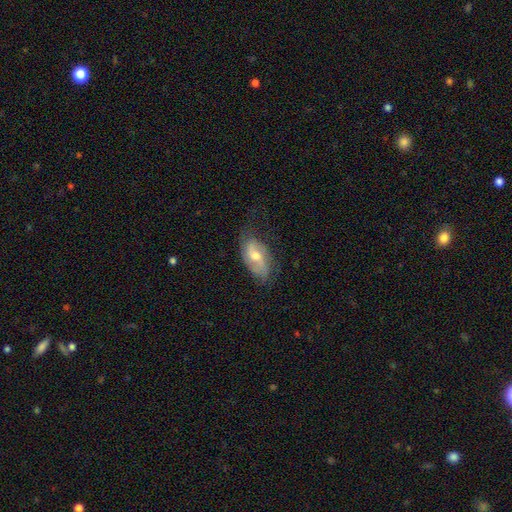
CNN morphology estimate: Smooth or featured? Predicted: featured or disk (p=0.61). Edge-on disk? Predicted: no (p=0.91). Bar? Predicted: no (p=0.45). Spiral arms? Predicted: yes (p=0.83). Bulge size? Predicted: moderate (p=0.66). Merging? Predicted: none (p=0.63).